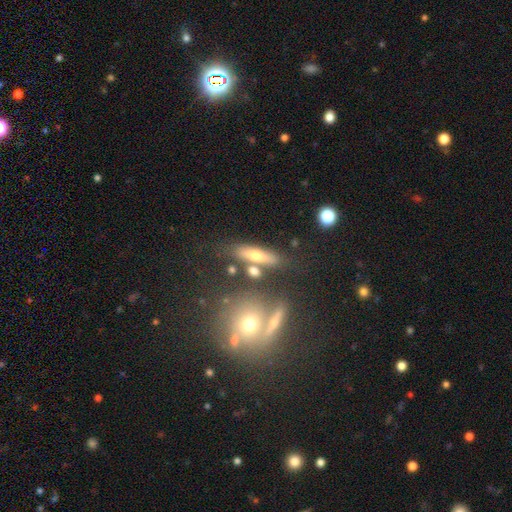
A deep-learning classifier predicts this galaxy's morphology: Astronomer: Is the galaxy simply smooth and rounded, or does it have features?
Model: smooth — 56% (runner-up: featured or disk, 33%).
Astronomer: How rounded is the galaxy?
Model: cigar-shaped — 56% (runner-up: in between, 37%).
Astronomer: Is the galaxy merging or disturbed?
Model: none — 67%.